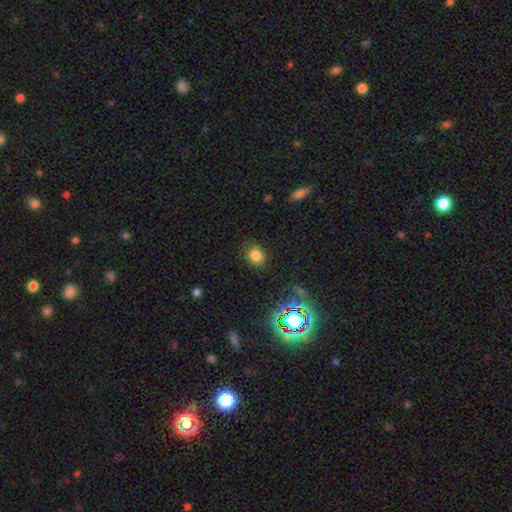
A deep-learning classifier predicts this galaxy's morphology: This is likely a smooth galaxy (77%). How rounded: possibly round (59%). Merging: clearly none (83%).